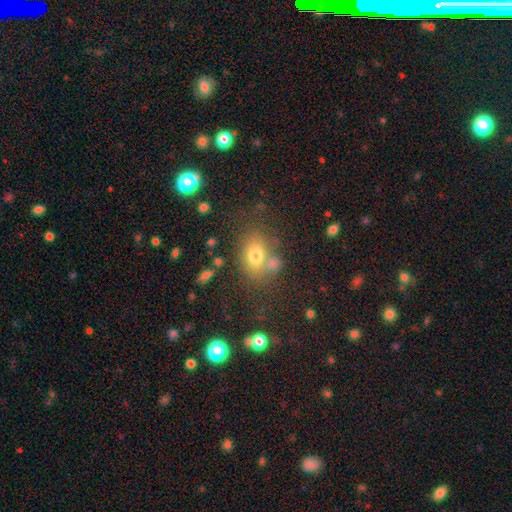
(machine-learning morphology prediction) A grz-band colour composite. It shows a smooth galaxy with no disk features (70%) that is in between round and cigar-shaped (68%). Merging: none (61%).